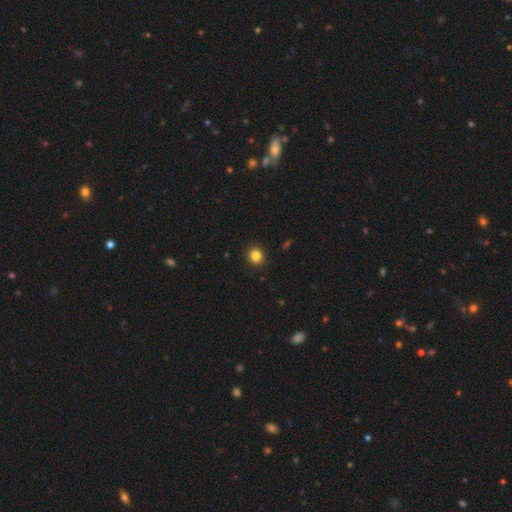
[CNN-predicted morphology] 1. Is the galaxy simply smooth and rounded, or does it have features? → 84% smooth, 12% star or artifact, 4% featured or disk.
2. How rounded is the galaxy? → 87% round, 12% in between, 1% cigar-shaped.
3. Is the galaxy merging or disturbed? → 92% none, 5% minor disturbance, 2% major disturbance, 1% merger.